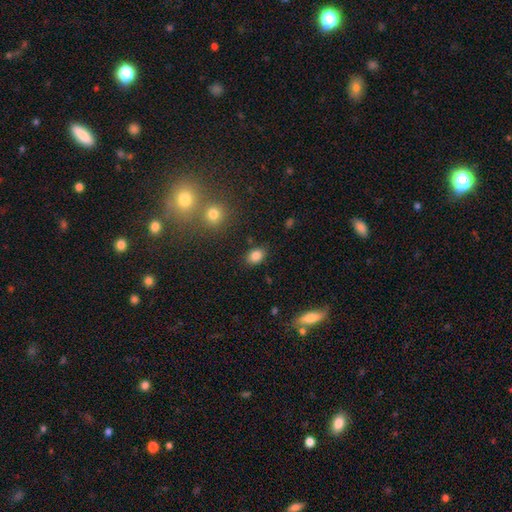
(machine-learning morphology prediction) This is clearly a smooth galaxy (85%). How rounded: likely in between (73%). Merging: clearly none (84%).